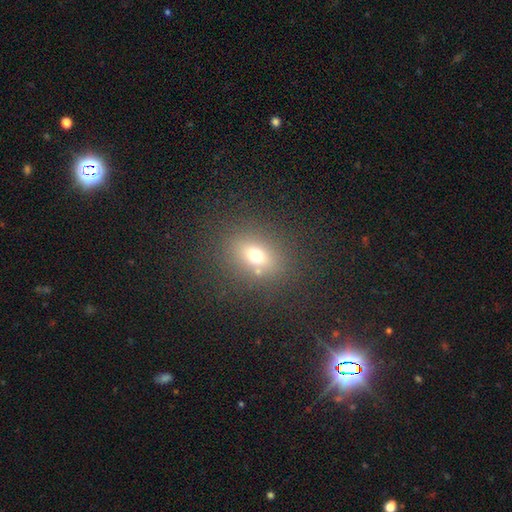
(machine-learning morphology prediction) This appears to be a smooth galaxy with no disk features (67%) that is in between round and cigar-shaped (50%). Merging: none (79%).